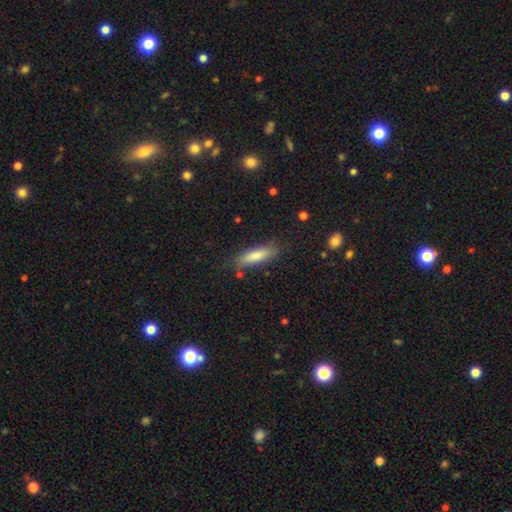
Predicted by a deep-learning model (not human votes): Smooth or featured? smooth (76%)
How rounded? cigar-shaped (65%)
Merging? none (83%)